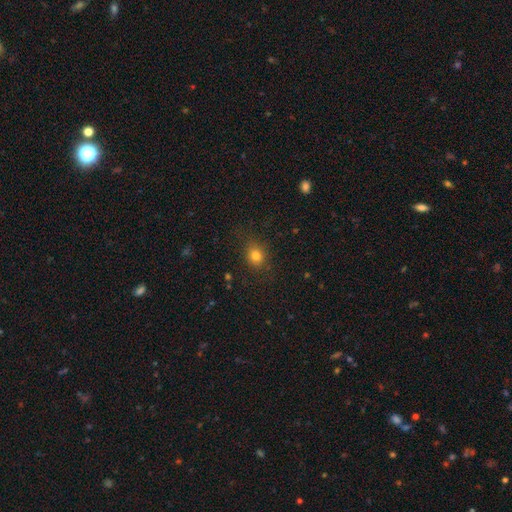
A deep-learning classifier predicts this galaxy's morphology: Smooth or featured? smooth (79%)
How rounded? round (67%)
Merging? none (82%)